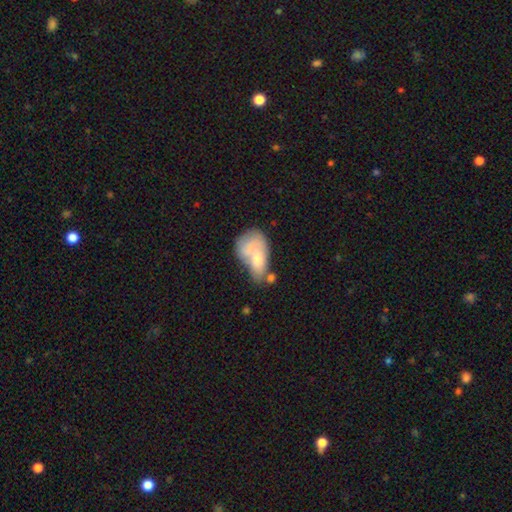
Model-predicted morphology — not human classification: Smooth or featured? smooth (61%)
How rounded? in between (82%)
Merging? merger (42%)